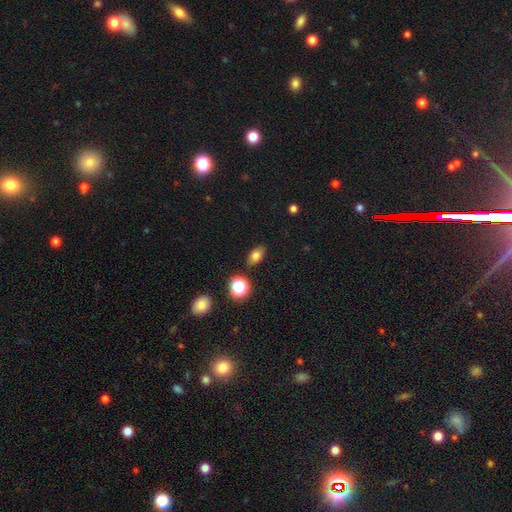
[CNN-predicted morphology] Q: Smooth or featured?
A: smooth (75%); runner-up: star or artifact (15%)
Q: How rounded?
A: in between (84%); runner-up: round (14%)
Q: Merging?
A: none (86%); runner-up: minor disturbance (9%)